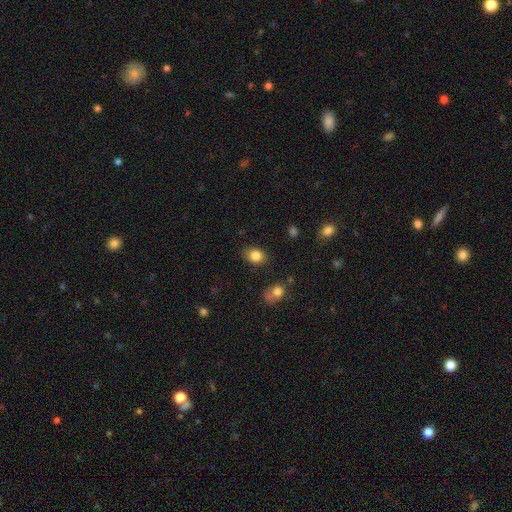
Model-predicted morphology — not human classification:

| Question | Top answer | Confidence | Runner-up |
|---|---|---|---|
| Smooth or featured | smooth | 84% | star or artifact (9%) |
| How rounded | in between | 65% | round (34%) |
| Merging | none | 81% | minor disturbance (13%) |